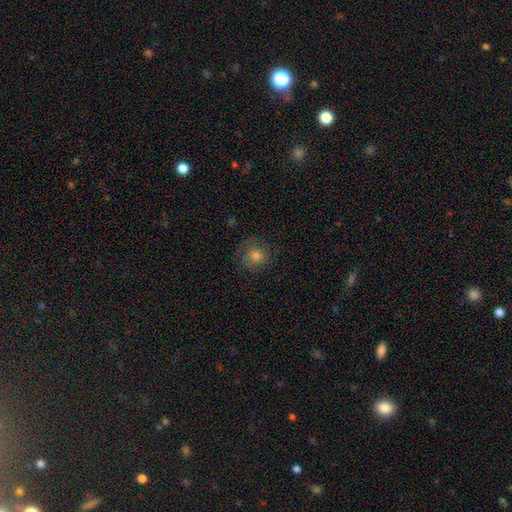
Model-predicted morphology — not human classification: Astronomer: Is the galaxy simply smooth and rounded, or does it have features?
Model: smooth — 64%.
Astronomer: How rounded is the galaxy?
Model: round — 85%.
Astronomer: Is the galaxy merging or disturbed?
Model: none — 72%.